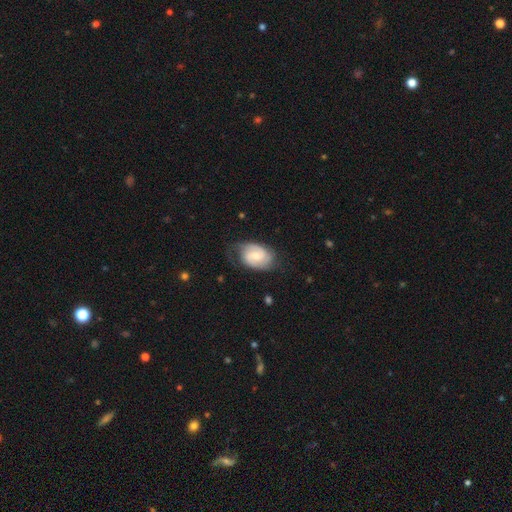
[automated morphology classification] Smooth or featured: featured or disk — 72% (smooth — 23%)
Edge-on disk: no — 97% (yes — 3%)
Bar: weak — 48% (no — 42%)
Spiral arms: yes — 92% (no — 8%)
Spiral winding: tight — 44% (medium — 41%)
Spiral arm count: 2 — 74% (can't tell — 15%)
Bulge size: moderate — 52% (small — 41%)
Merging: none — 64% (minor disturbance — 25%)